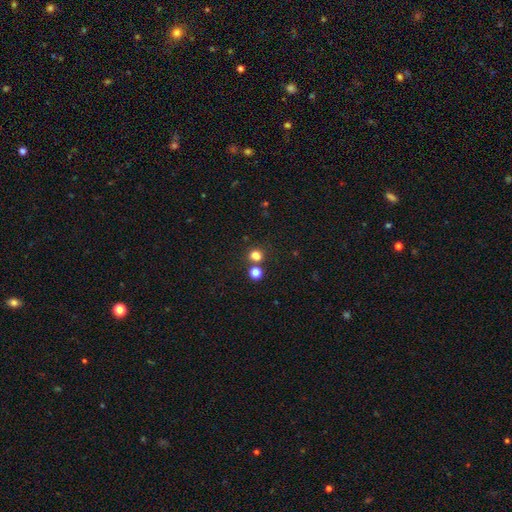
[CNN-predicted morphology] Smooth or featured?
  - smooth: 78% *
  - star or artifact: 17%
  - featured or disk: 5%
How rounded?
  - round: 77% *
  - in between: 22%
  - cigar-shaped: 1%
Merging?
  - none: 69% *
  - merger: 19%
  - minor disturbance: 8%
  - major disturbance: 4%